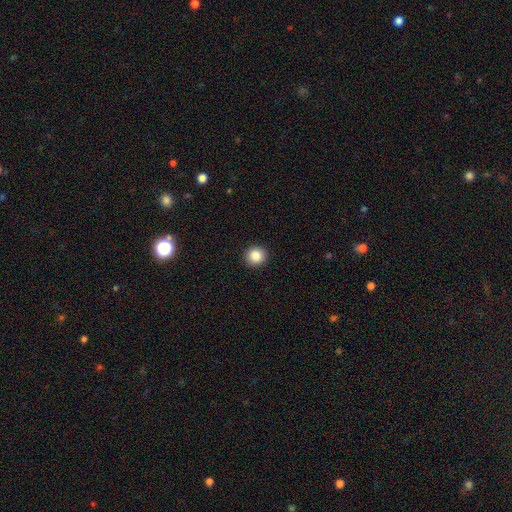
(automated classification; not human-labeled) This appears to be a smooth galaxy with no disk features (86%) that is round (93%). Merging: none (93%).